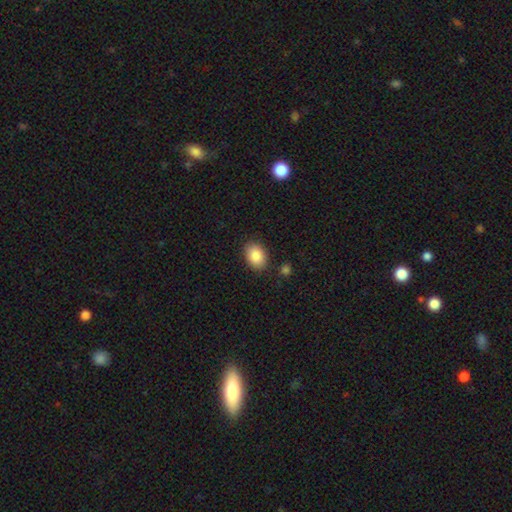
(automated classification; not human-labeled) smooth-or-featured: smooth: 88% | star or artifact: 8% | featured or disk: 5%
  how-rounded: in between: 70% | round: 29% | cigar-shaped: 1%
  merging: none: 83% | minor disturbance: 11% | major disturbance: 3% | merger: 3%